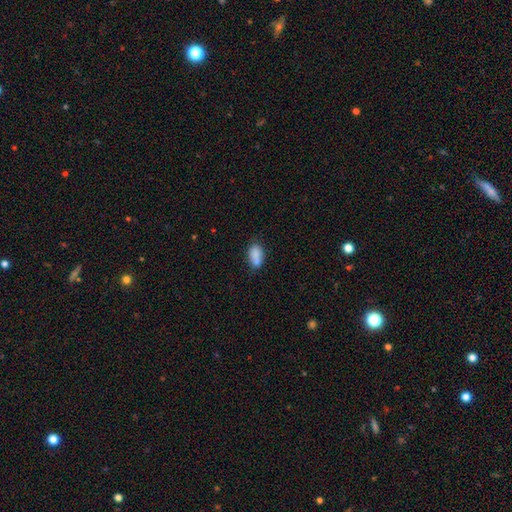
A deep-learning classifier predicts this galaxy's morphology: Smooth or featured: smooth — 83% (star or artifact — 8%)
How rounded: in between — 88% (round — 7%)
Merging: none — 60% (minor disturbance — 22%)